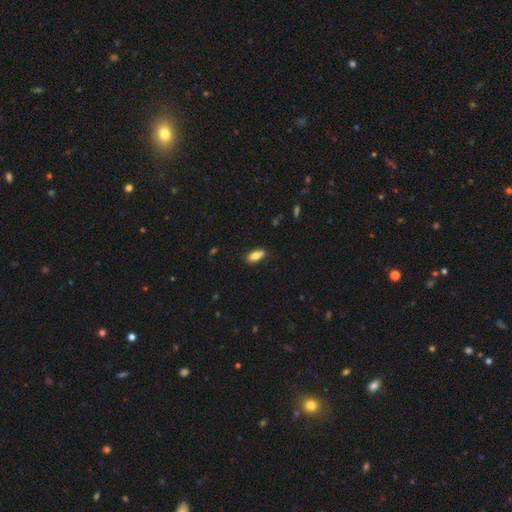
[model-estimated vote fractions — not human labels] Smooth or featured? Predicted: smooth (p=0.78). How rounded? Predicted: in between (p=0.84). Merging? Predicted: none (p=0.73).